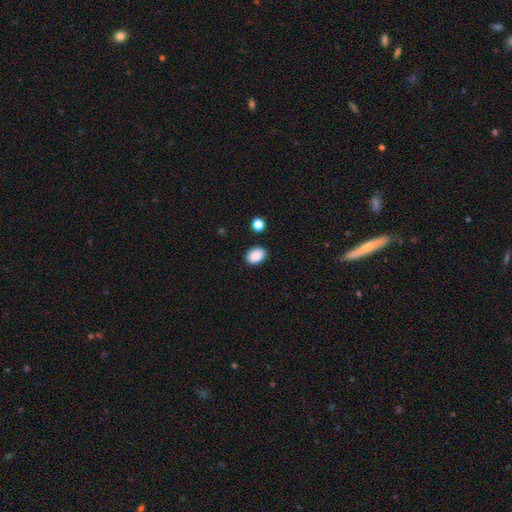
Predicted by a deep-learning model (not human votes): Smooth or featured? smooth (89%)
How rounded? in between (80%)
Merging? none (87%)